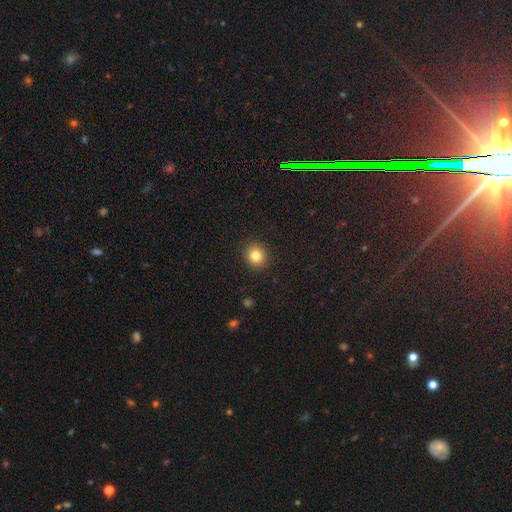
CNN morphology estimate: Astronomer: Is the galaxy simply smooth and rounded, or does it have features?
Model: smooth — 81%.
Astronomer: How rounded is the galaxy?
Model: round — 84%.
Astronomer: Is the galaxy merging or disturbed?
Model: none — 91%.